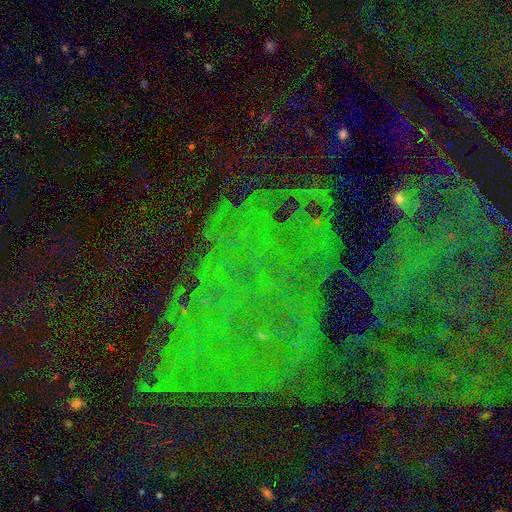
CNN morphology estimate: A star or artifact, not a galaxy (77%).

Vote fractions:
- Smooth or featured? star or artifact: 77% / featured or disk: 13% / smooth: 11%